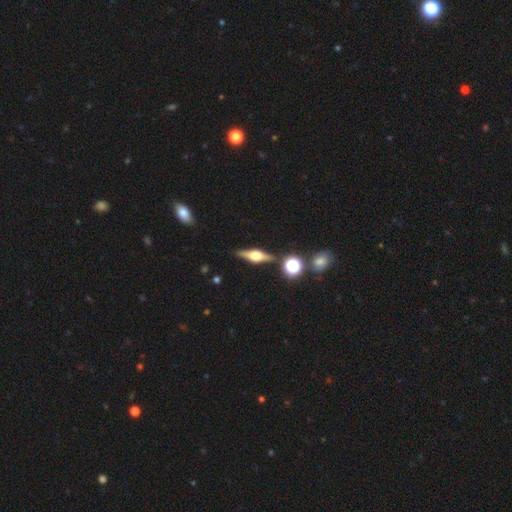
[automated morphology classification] Smooth or featured?
  - featured or disk: 73% *
  - smooth: 19%
  - star or artifact: 8%
Edge-on disk?
  - yes: 96% *
  - no: 4%
Edge-on bulge?
  - rounded: 92% *
  - boxy: 6%
  - none: 1%
Merging?
  - none: 86% *
  - minor disturbance: 8%
  - merger: 4%
  - major disturbance: 2%